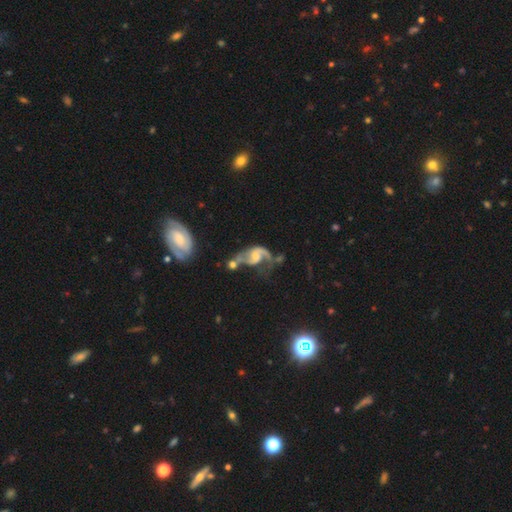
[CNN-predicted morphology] This appears to be a featured or disk galaxy (84%) with a weak bar (45%), 2 (85%) loose (54%) spiral arms (94%) and a small central bulge (39%). Merging: merger (36%).